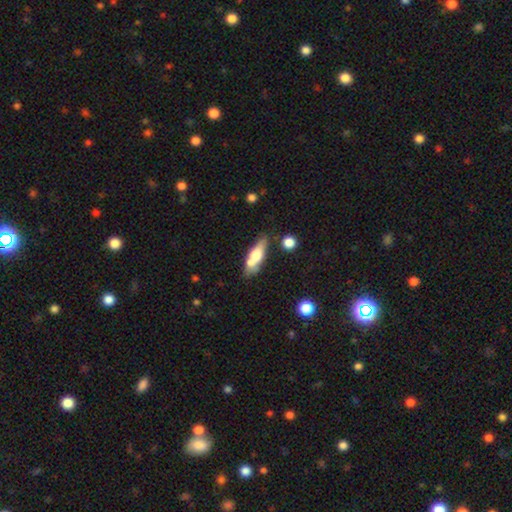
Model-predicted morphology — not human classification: Smooth or featured: smooth — 59% (featured or disk — 35%)
How rounded: in between — 50% (cigar-shaped — 47%)
Merging: none — 55% (minor disturbance — 20%)